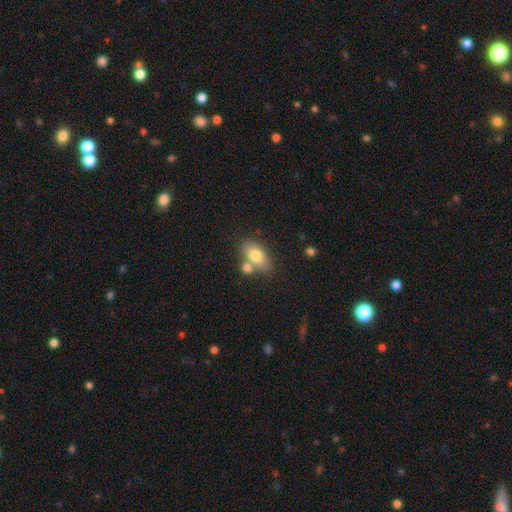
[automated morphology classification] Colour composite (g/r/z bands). It shows a smooth galaxy with no disk features (75%) that is in between round and cigar-shaped (87%). Merging: none (56%).